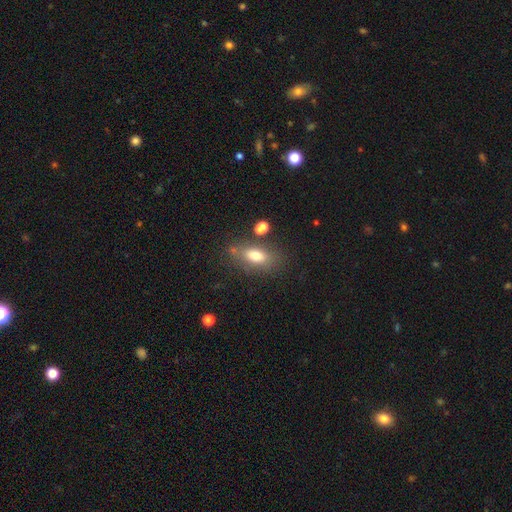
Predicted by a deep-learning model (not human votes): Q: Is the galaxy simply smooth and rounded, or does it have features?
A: smooth — 74%.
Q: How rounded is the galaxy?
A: in between — 82%.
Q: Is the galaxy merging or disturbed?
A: none — 73%.